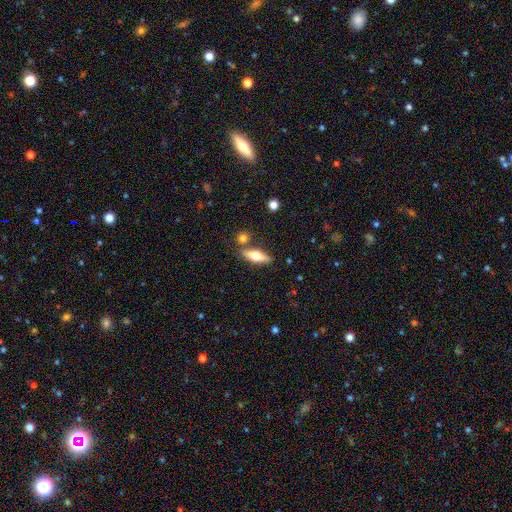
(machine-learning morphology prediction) Q: Smooth or featured?
A: smooth (51%); runner-up: featured or disk (42%)
Q: How rounded?
A: cigar-shaped (49%); runner-up: in between (48%)
Q: Merging?
A: none (77%); runner-up: minor disturbance (10%)